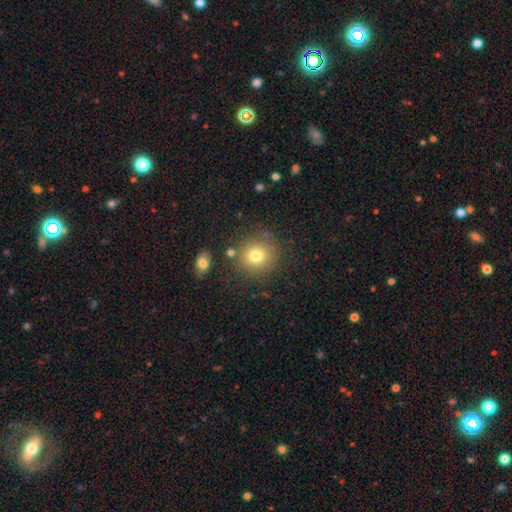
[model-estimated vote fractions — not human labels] Morphology: type=smooth (77%); roundness=round (89%); merging=none (82%).